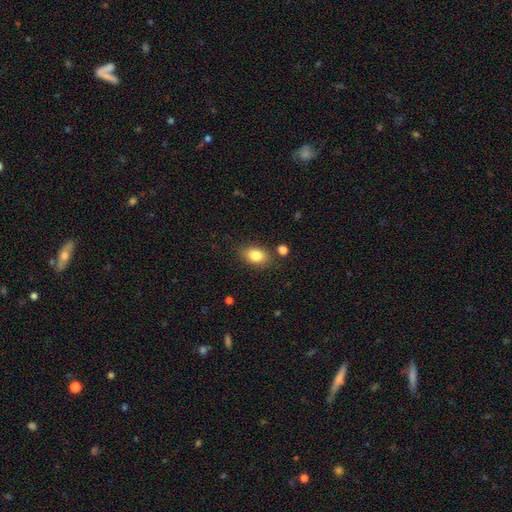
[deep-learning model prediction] Overall: smooth (83%). How rounded: in between (80%). Merging: none (80%).